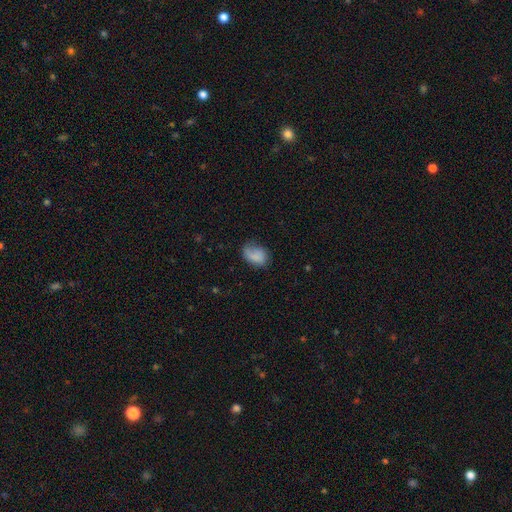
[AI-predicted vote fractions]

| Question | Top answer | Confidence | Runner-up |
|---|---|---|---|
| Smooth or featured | smooth | 75% | featured or disk (17%) |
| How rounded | in between | 79% | round (20%) |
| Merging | none | 48% | minor disturbance (31%) |